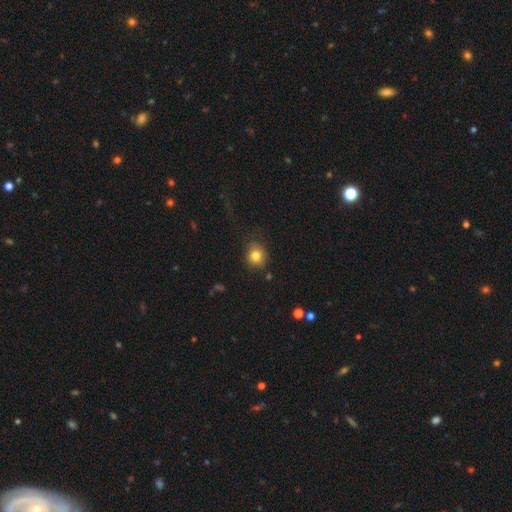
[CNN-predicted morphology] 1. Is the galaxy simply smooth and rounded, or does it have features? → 81% smooth, 12% star or artifact, 8% featured or disk.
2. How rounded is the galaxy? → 85% round, 14% in between, 1% cigar-shaped.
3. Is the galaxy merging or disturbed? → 79% none, 14% minor disturbance, 6% major disturbance, 2% merger.